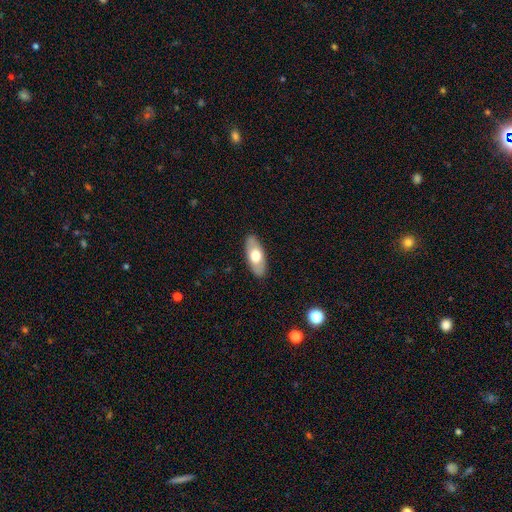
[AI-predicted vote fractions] A smooth galaxy with no disk features (62%) that is in between round and cigar-shaped (87%). Merging: none (88%).